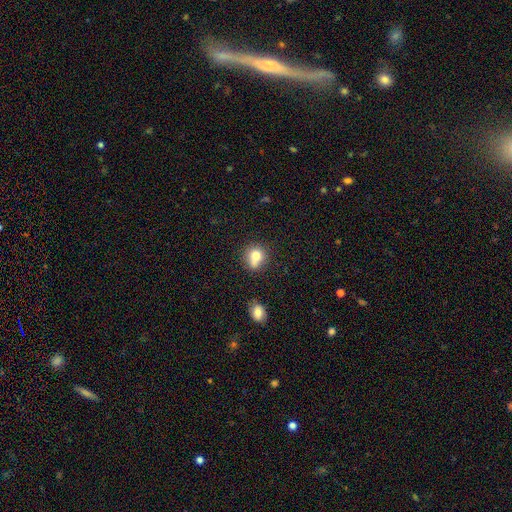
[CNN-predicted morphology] type=smooth (75%); roundness=round (78%); merging=none (53%).